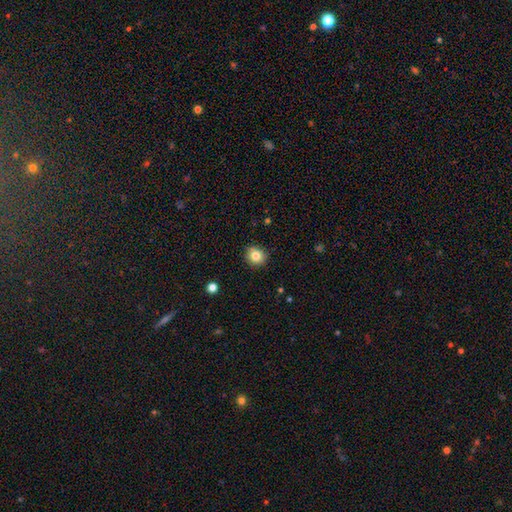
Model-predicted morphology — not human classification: Smooth or featured: smooth — 83% (star or artifact — 10%)
How rounded: round — 85% (in between — 14%)
Merging: none — 89% (minor disturbance — 8%)